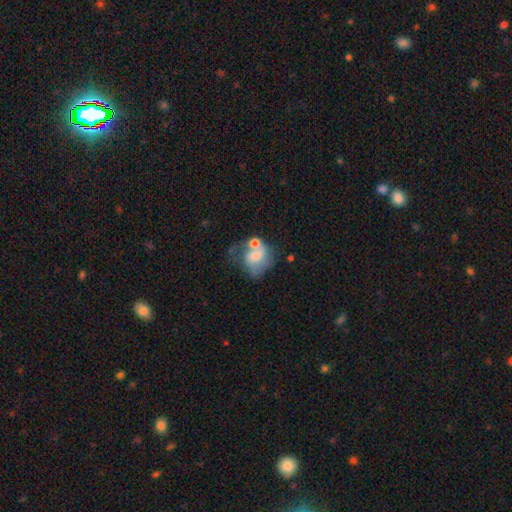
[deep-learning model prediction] A featured or disk galaxy (51%) with no bar (59%), spiral arms (67%) and a moderate central bulge (41%). Merging: merger (32%).